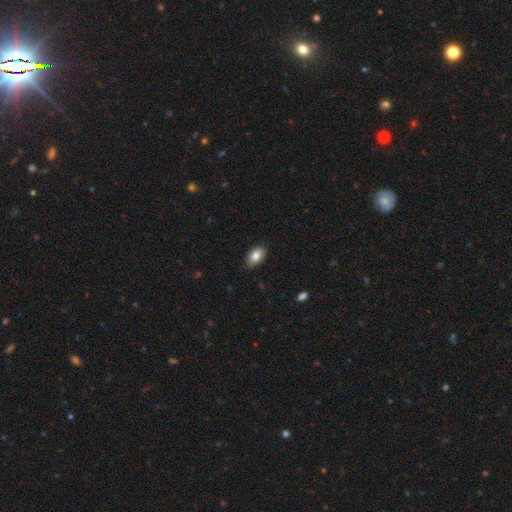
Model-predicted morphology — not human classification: Smooth or featured? Predicted: smooth (p=0.84). How rounded? Predicted: in between (p=0.91). Merging? Predicted: none (p=0.86).